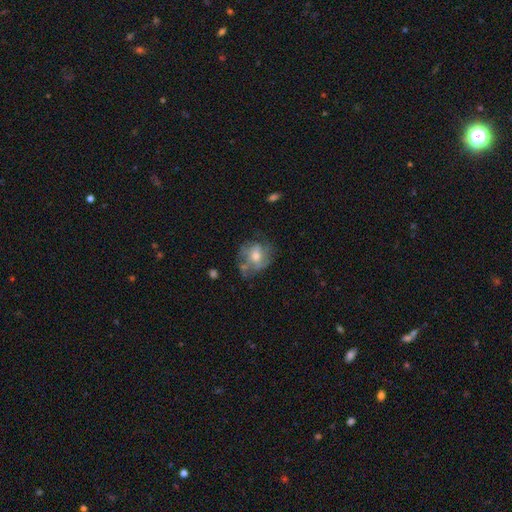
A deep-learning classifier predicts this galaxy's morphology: Smooth or featured: featured or disk — 54% (smooth — 36%)
Edge-on disk: no — 96% (yes — 4%)
Bar: no — 69% (weak — 26%)
Spiral arms: yes — 53% (no — 47%)
Bulge size: moderate — 64% (small — 17%)
Merging: none — 52% (minor disturbance — 25%)